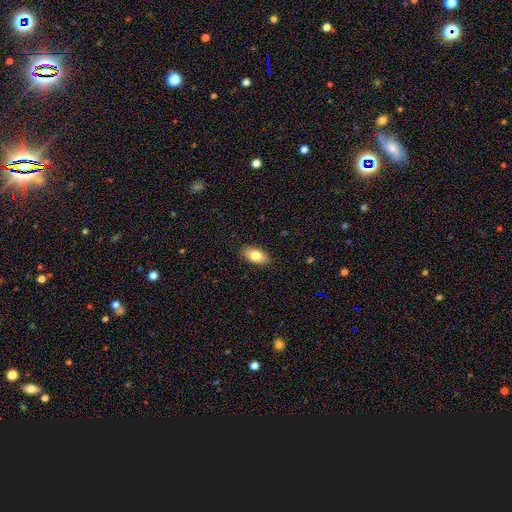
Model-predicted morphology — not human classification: A smooth galaxy with no disk features (81%) that is in between round and cigar-shaped (93%). Merging: none (89%).